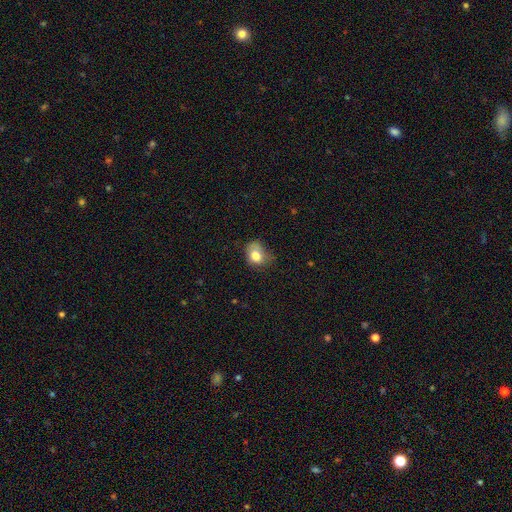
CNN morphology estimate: The model was most divided on "merging": none: 39%, minor disturbance: 38%, major disturbance: 20%, merger: 3%. More confident: smooth or featured — smooth (78%); how rounded — in between (56%).